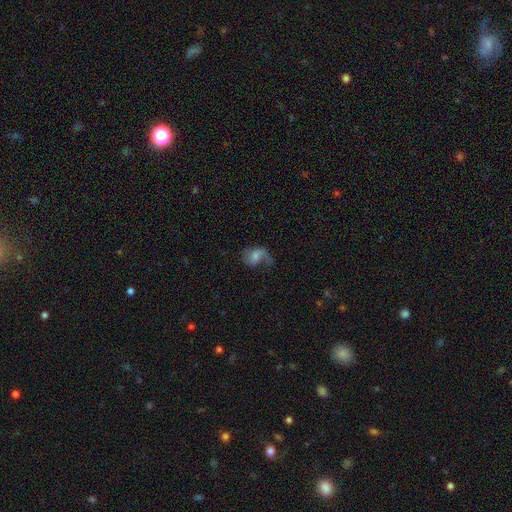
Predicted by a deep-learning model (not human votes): smooth_or_featured: featured or disk (p=0.65) [alt: smooth p=0.24]
disk_edge_on: no (p=0.97) [alt: yes p=0.03]
bar: no (p=0.50) [alt: weak p=0.40]
has_spiral_arms: yes (p=0.89) [alt: no p=0.11]
spiral_winding: loose (p=0.62) [alt: medium p=0.30]
spiral_arm_count: 1 (p=0.49) [alt: 2 p=0.44]
bulge_size: moderate (p=0.38) [alt: small p=0.35]
merging: none (p=0.44) [alt: major disturbance p=0.32]